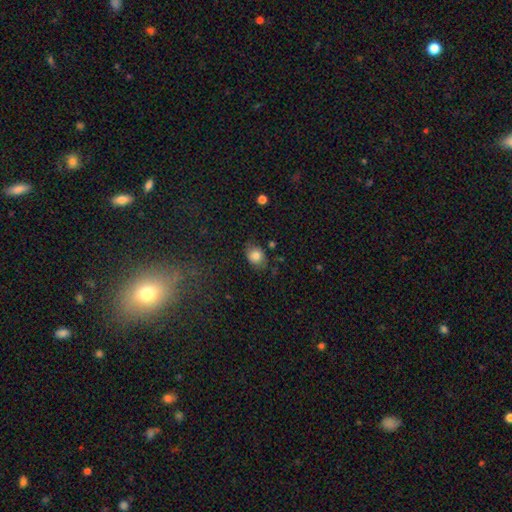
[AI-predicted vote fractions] Smooth or featured? smooth (79%)
How rounded? in between (51%)
Merging? none (72%)